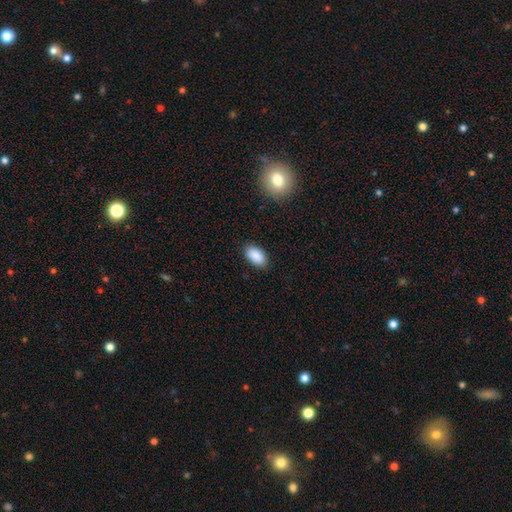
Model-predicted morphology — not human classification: This appears to be a smooth galaxy with no disk features (89%) that is in between round and cigar-shaped (94%). Merging: none (86%).